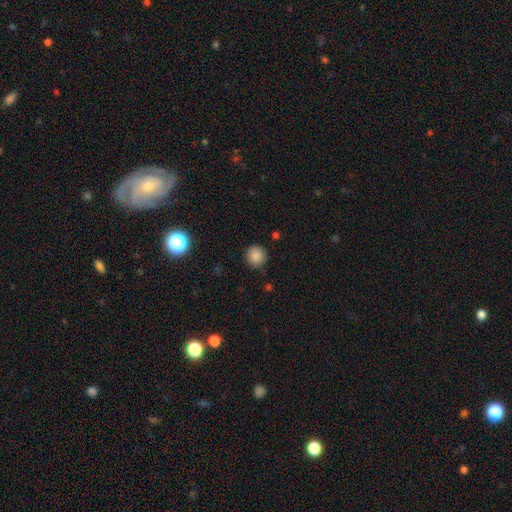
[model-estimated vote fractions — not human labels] smooth 86%, star or artifact 10%, featured or disk 4%. Down the decision tree: how rounded — round (93%); merging — none (88%).